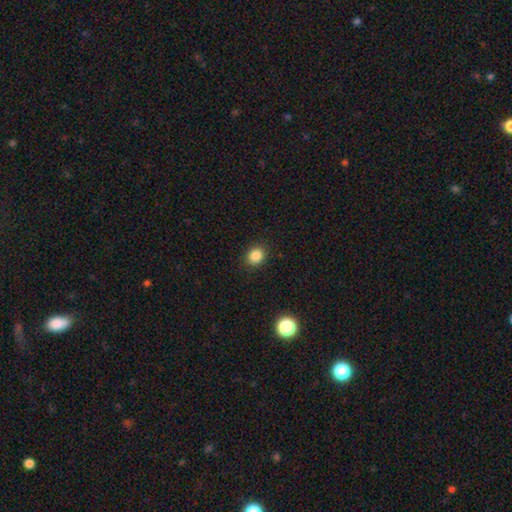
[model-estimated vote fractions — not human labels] Q: Smooth or featured?
A: smooth (85%); runner-up: star or artifact (11%)
Q: How rounded?
A: round (65%); runner-up: in between (34%)
Q: Merging?
A: none (90%); runner-up: minor disturbance (7%)